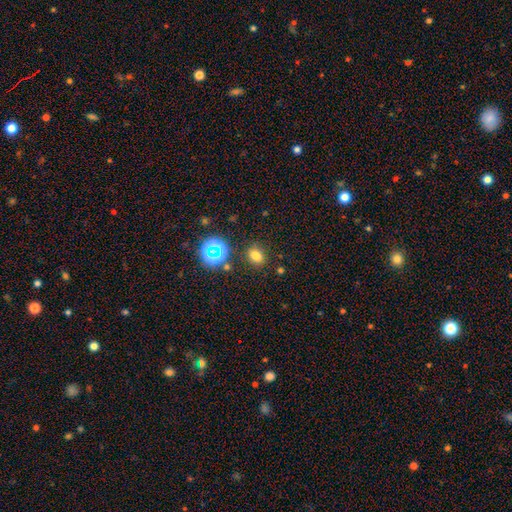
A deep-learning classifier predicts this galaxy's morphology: Overall: smooth (71%). How rounded: in between (50%; round 49%). Merging: none (83%).